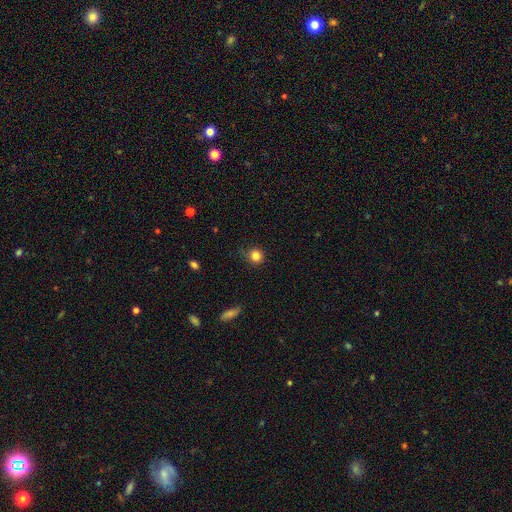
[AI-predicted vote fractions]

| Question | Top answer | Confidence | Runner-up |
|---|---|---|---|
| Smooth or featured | smooth | 83% | star or artifact (12%) |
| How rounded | round | 92% | in between (7%) |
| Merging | none | 81% | minor disturbance (15%) |